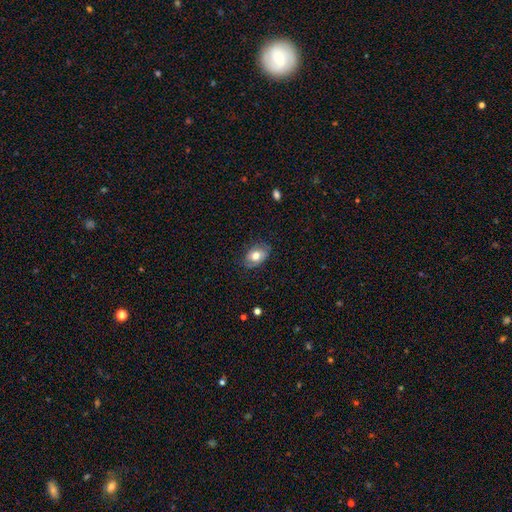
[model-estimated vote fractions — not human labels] This appears to be a smooth galaxy with no disk features (60%) that is in between round and cigar-shaped (79%). Merging: none (75%).